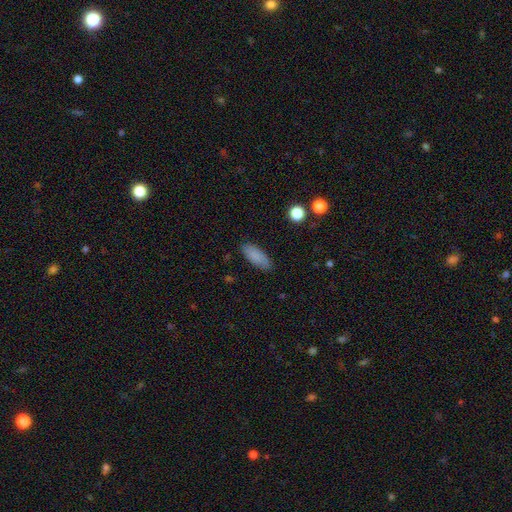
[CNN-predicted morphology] Overall: smooth (85%). How rounded: in between (76%). Merging: none (83%).